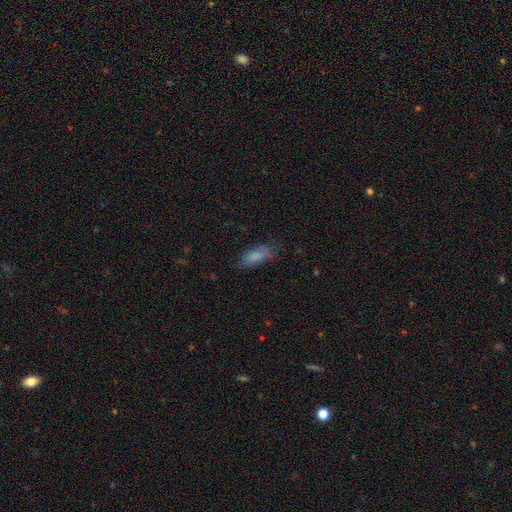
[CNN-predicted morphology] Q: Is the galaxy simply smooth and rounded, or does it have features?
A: smooth — 81%.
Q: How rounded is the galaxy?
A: in between — 78%.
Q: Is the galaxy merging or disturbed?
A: none — 62%.